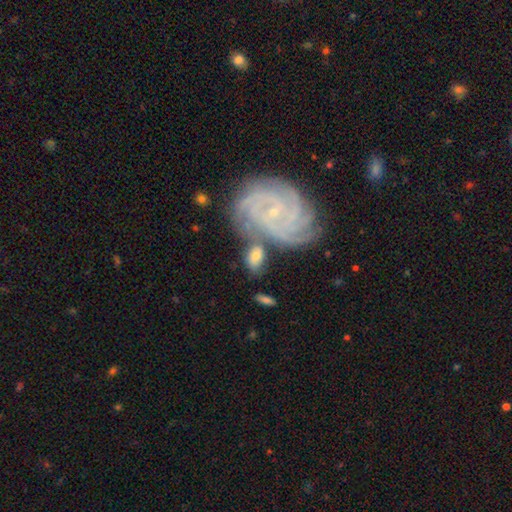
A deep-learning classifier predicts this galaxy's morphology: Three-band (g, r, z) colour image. It shows a smooth galaxy with no disk features (50%). Merging: none (59%).